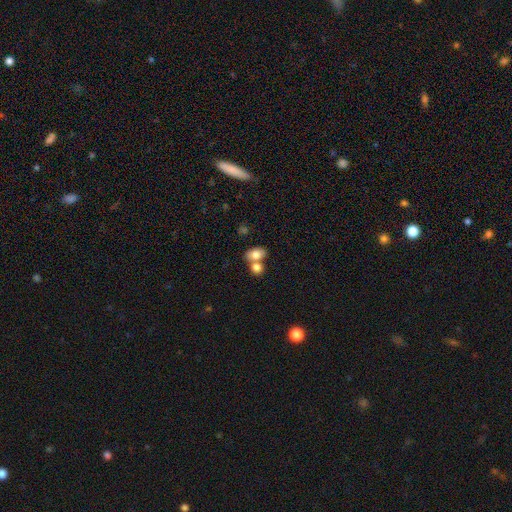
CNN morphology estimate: Smooth or featured? smooth (79%)
How rounded? in between (75%)
Merging? merger (51%)